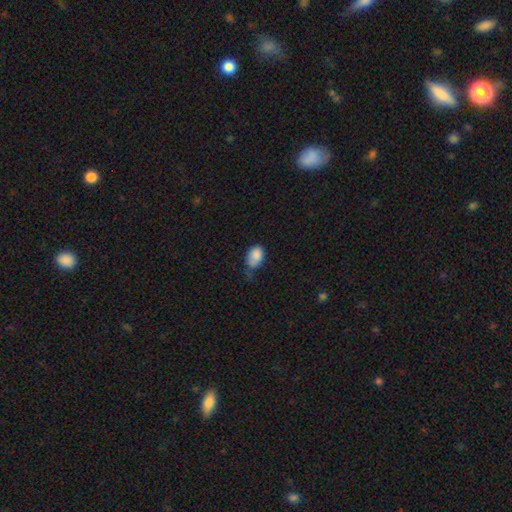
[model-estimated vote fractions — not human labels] This is clearly a smooth galaxy (85%). How rounded: clearly in between (83%). Merging: marginally minor disturbance (43%).